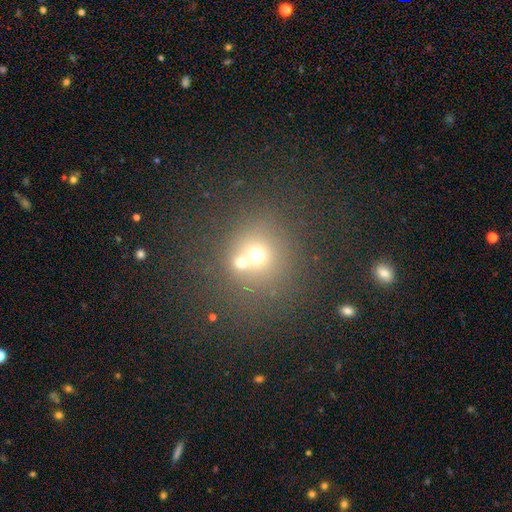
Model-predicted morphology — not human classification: Q: Smooth or featured?
A: smooth (64%); runner-up: star or artifact (20%)
Q: How rounded?
A: round (87%); runner-up: in between (12%)
Q: Merging?
A: none (46%); runner-up: merger (43%)